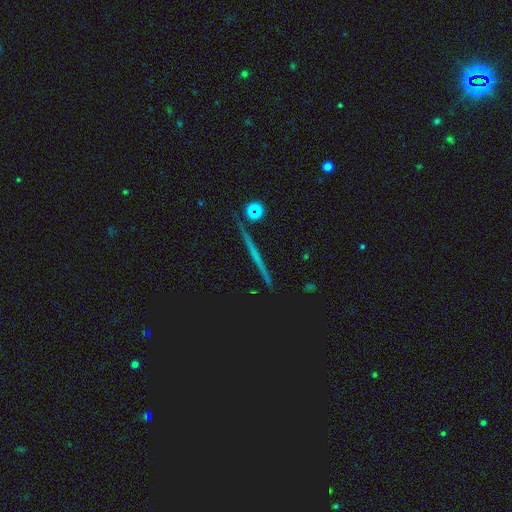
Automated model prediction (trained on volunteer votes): This is marginally a featured or disk galaxy (43%). Merging: clearly none (90%).